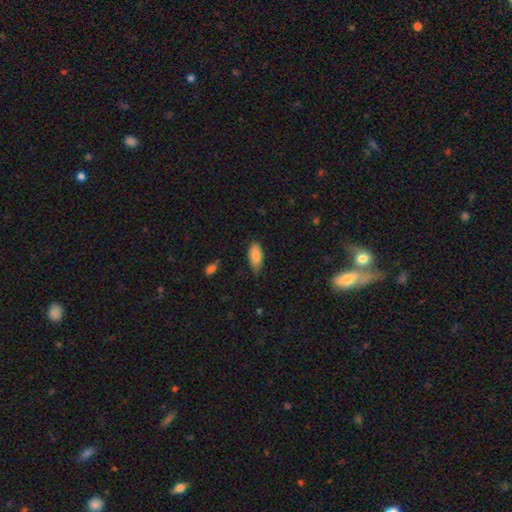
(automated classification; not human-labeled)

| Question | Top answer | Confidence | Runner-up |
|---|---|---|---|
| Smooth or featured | smooth | 82% | featured or disk (11%) |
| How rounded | in between | 89% | cigar-shaped (9%) |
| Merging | none | 70% | minor disturbance (25%) |